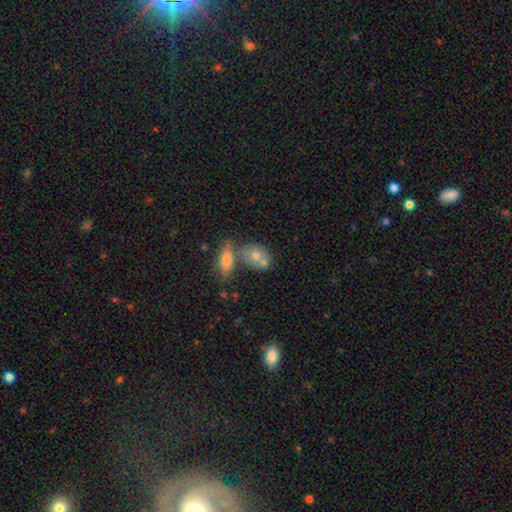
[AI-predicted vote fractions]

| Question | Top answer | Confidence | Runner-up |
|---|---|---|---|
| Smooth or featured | smooth | 69% | featured or disk (23%) |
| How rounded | in between | 69% | round (29%) |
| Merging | merger | 48% | none (36%) |